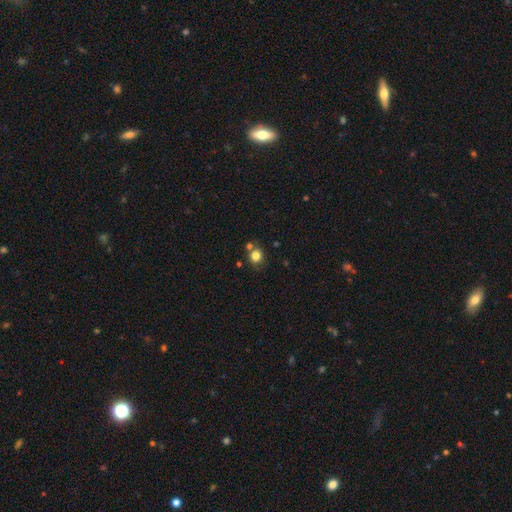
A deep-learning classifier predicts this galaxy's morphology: The model was most divided on "merging": none: 70%, merger: 13%, minor disturbance: 13%, major disturbance: 4%. More confident: smooth or featured — smooth (80%); how rounded — round (80%).